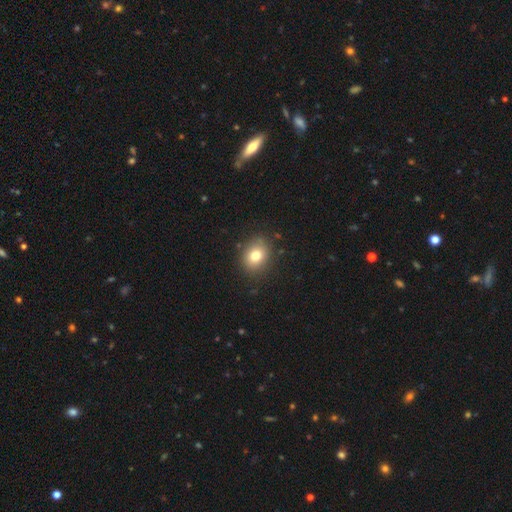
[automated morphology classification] Smooth or featured? smooth (78%)
How rounded? round (56%)
Merging? none (85%)